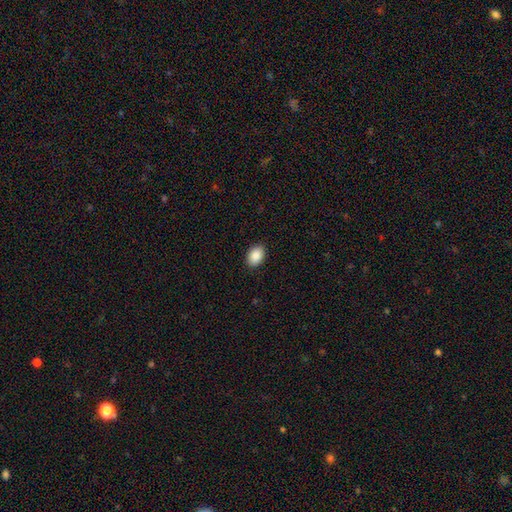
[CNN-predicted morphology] smooth-or-featured: smooth: 90% | star or artifact: 7% | featured or disk: 3%
  how-rounded: in between: 84% | round: 15% | cigar-shaped: 1%
  merging: none: 90% | minor disturbance: 7% | major disturbance: 2% | merger: 1%